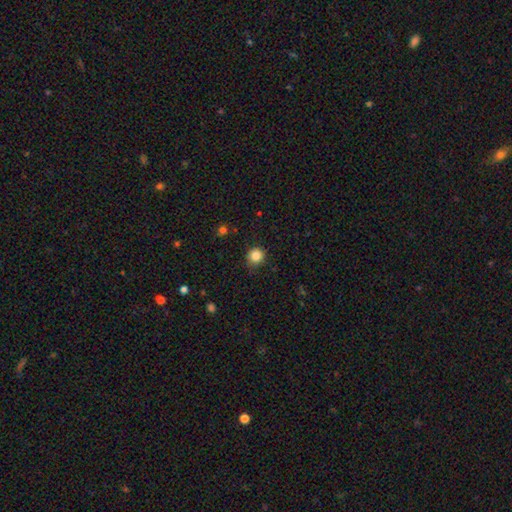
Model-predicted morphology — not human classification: A smooth galaxy with no disk features (85%) that is round (91%).

Vote fractions:
- Smooth or featured? smooth: 85% / star or artifact: 11% / featured or disk: 4%
- How rounded? round: 91% / in between: 8% / cigar-shaped: 1%
- Merging? none: 86% / minor disturbance: 10% / major disturbance: 2% / merger: 1%